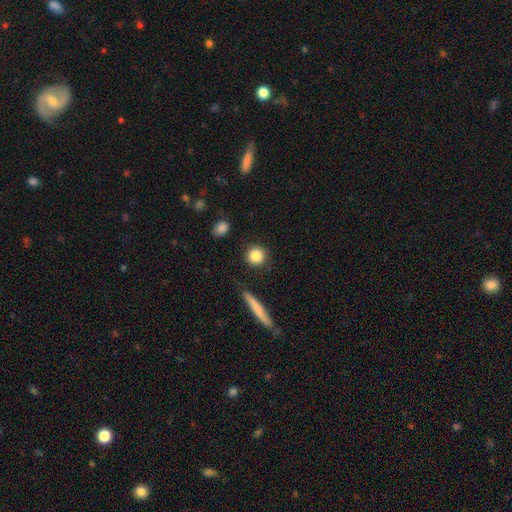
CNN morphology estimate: The model was most divided on "smooth or featured": smooth: 85%, star or artifact: 8%, featured or disk: 7%. More confident: how rounded — round (90%); merging — none (88%).